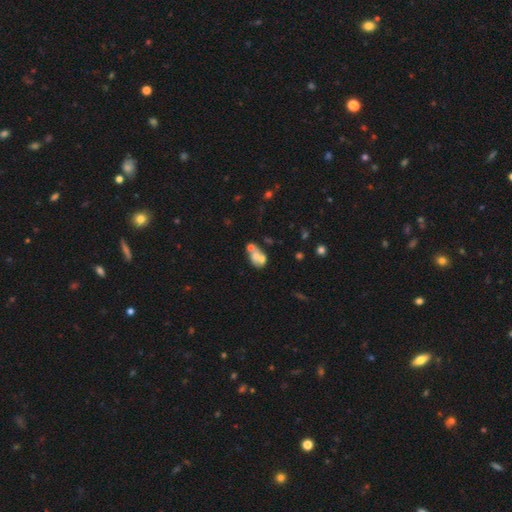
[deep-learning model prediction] The model was most divided on "smooth or featured": smooth: 50%, featured or disk: 38%, star or artifact: 12%. More confident: how rounded — in between (68%); merging — merger (55%).